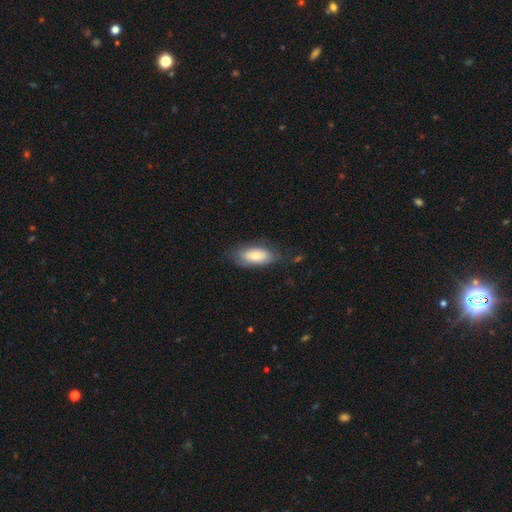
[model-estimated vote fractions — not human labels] This appears to be a smooth galaxy with no disk features (77%) that is in between round and cigar-shaped (87%). Merging: none (67%).